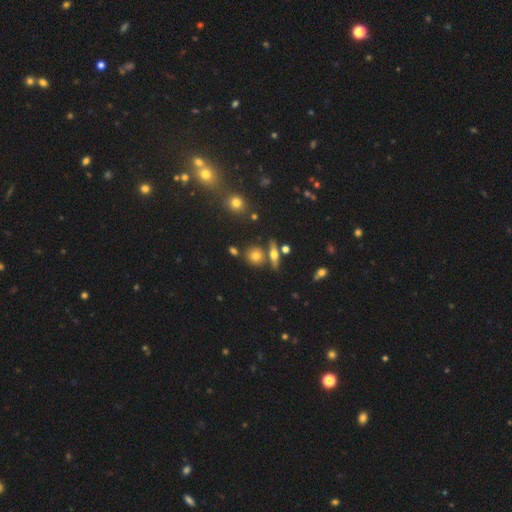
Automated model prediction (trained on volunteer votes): smooth 64%, featured or disk 21%, star or artifact 15%. Down the decision tree: how rounded — round (77%); merging — none (73%).